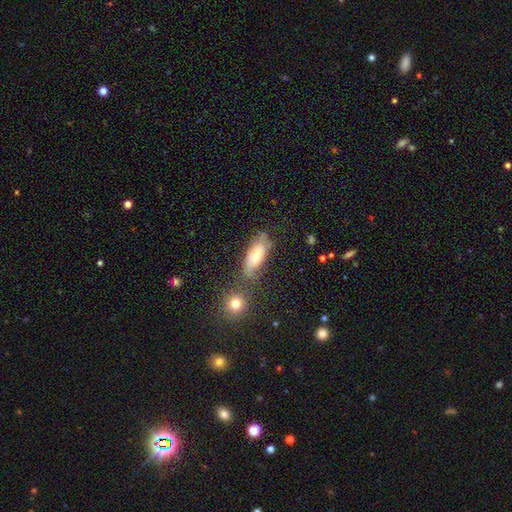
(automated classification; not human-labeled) A smooth galaxy with no disk features (60%) that is in between round and cigar-shaped (76%). Merging: none (60%).